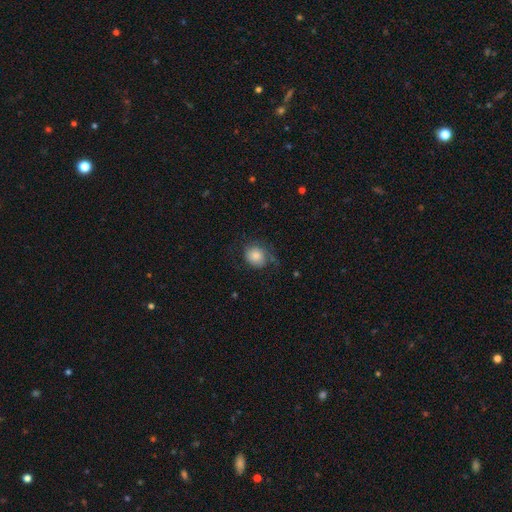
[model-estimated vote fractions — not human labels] Morphology: type=smooth (72%); roundness=round (72%); merging=none (58%).